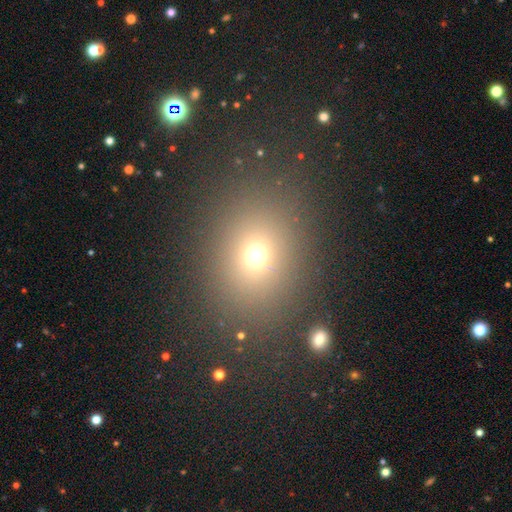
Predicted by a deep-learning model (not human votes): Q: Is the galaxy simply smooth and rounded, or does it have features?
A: smooth — 67%.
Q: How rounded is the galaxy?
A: round — 57%.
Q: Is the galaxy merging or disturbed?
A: none — 84%.